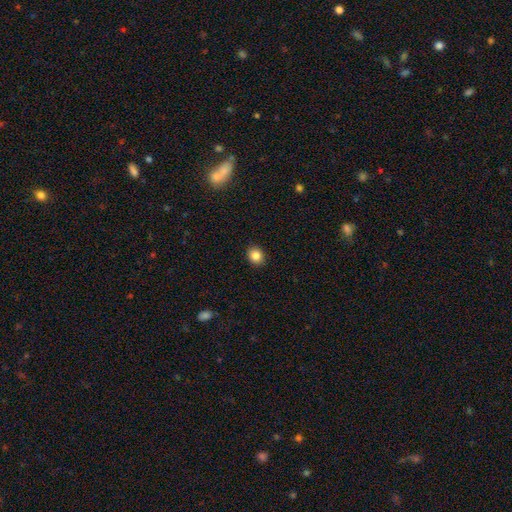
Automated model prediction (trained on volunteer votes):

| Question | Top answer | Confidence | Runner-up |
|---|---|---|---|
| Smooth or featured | smooth | 84% | star or artifact (10%) |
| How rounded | round | 66% | in between (33%) |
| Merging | none | 91% | minor disturbance (6%) |